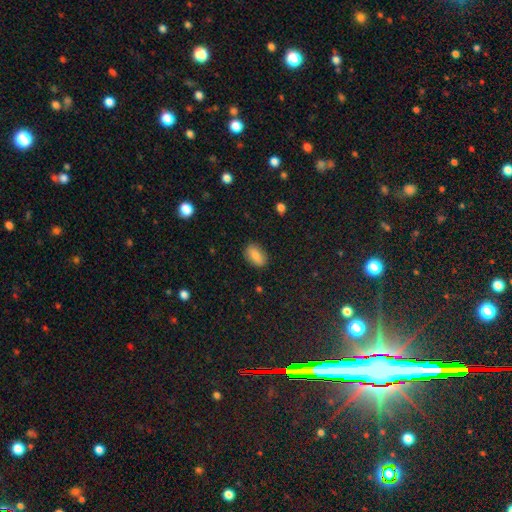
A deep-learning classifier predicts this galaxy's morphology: This is clearly a smooth galaxy (81%). How rounded: clearly in between (86%). Merging: clearly none (85%).